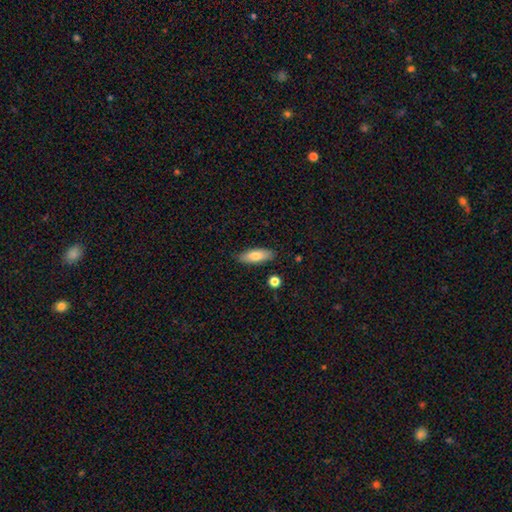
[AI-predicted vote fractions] smooth-or-featured: smooth: 77% | featured or disk: 17% | star or artifact: 7%
  how-rounded: in between: 64% | cigar-shaped: 34% | round: 2%
  merging: none: 86% | minor disturbance: 10% | major disturbance: 2% | merger: 2%